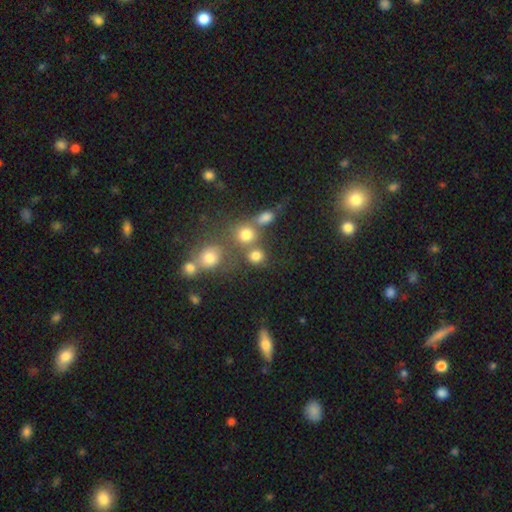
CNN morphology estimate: Smooth or featured? smooth (77%)
How rounded? round (83%)
Merging? none (57%)